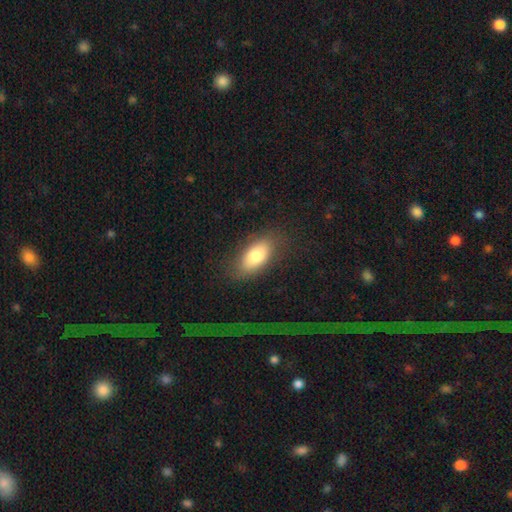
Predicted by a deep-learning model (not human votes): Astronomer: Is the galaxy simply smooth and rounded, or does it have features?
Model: smooth — 77%.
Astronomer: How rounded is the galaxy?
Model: in between — 90%.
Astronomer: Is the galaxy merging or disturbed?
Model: none — 77%.